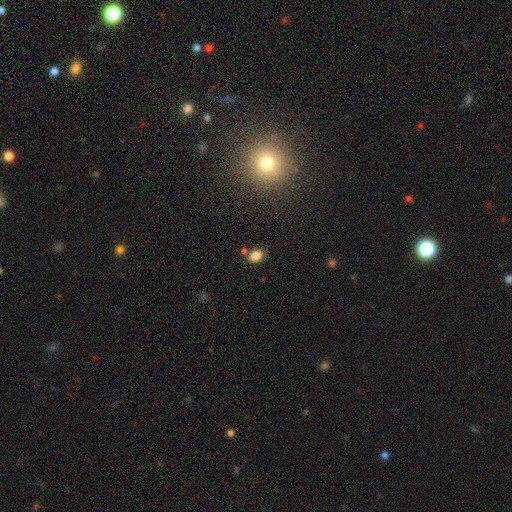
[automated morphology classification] Smooth or featured? smooth (84%)
How rounded? in between (80%)
Merging? none (72%)